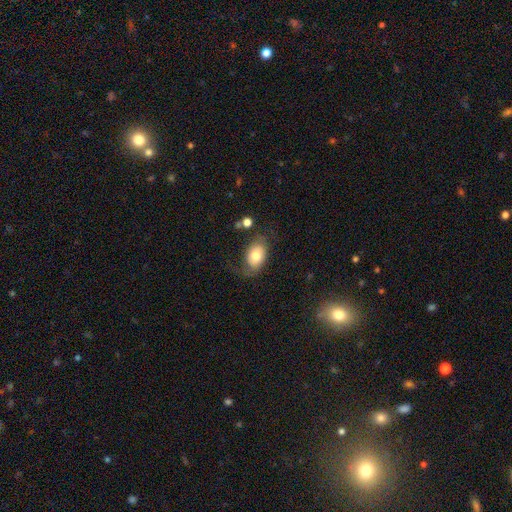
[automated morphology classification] Q: Smooth or featured?
A: smooth (64%); runner-up: featured or disk (29%)
Q: How rounded?
A: in between (82%); runner-up: round (17%)
Q: Merging?
A: none (50%); runner-up: minor disturbance (25%)